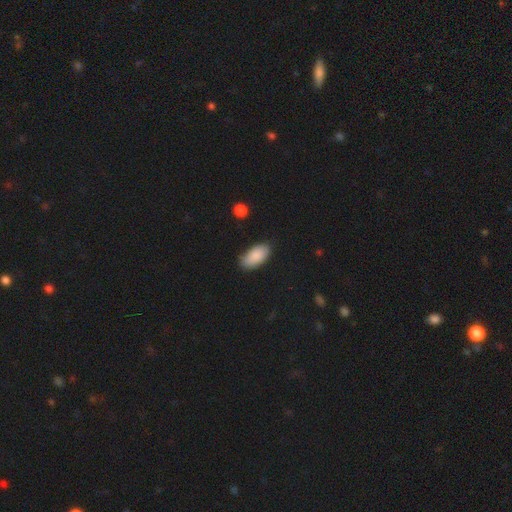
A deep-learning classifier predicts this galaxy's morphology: smooth_or_featured: smooth (p=0.87) [alt: featured or disk p=0.07]
how_rounded: in between (p=0.93) [alt: cigar-shaped p=0.04]
merging: none (p=0.78) [alt: minor disturbance p=0.17]